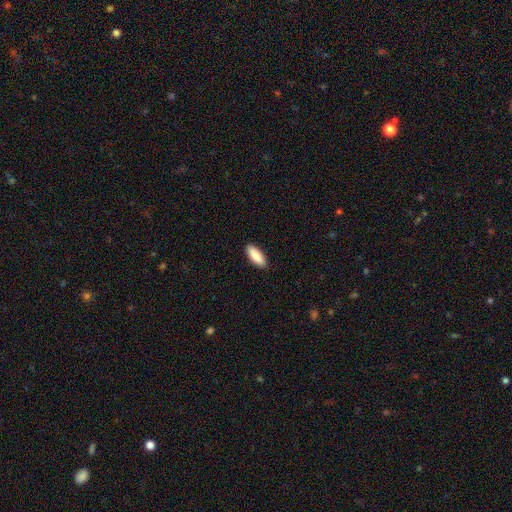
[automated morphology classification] This is clearly a smooth galaxy (87%). How rounded: likely in between (77%). Merging: clearly none (89%).